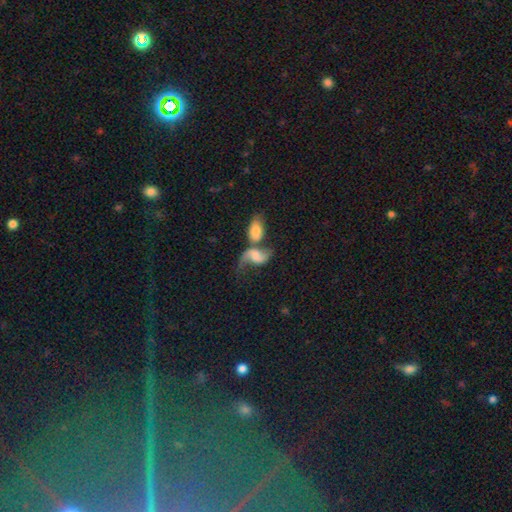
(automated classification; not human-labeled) Q: Smooth or featured?
A: featured or disk (69%); runner-up: smooth (24%)
Q: Edge-on disk?
A: no (96%); runner-up: yes (4%)
Q: Bar?
A: no (47%); runner-up: weak (40%)
Q: Spiral arms?
A: yes (90%); runner-up: no (10%)
Q: Spiral winding?
A: loose (81%); runner-up: medium (16%)
Q: Spiral arm count?
A: 2 (81%); runner-up: 1 (12%)
Q: Bulge size?
A: moderate (34%); runner-up: small (26%)
Q: Merging?
A: merger (61%); runner-up: none (20%)